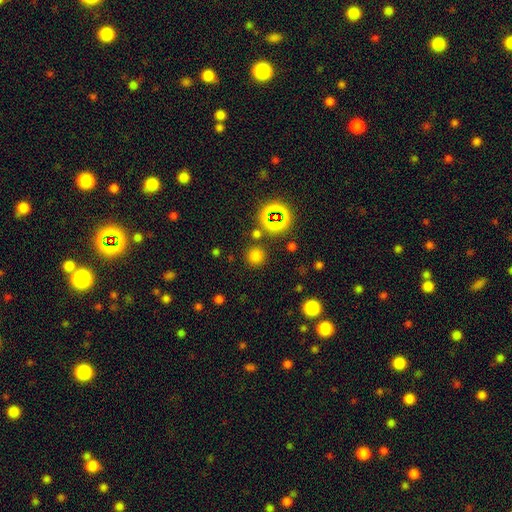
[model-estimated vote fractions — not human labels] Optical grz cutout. It shows a smooth galaxy with no disk features (69%) that is round (93%). Merging: none (84%).